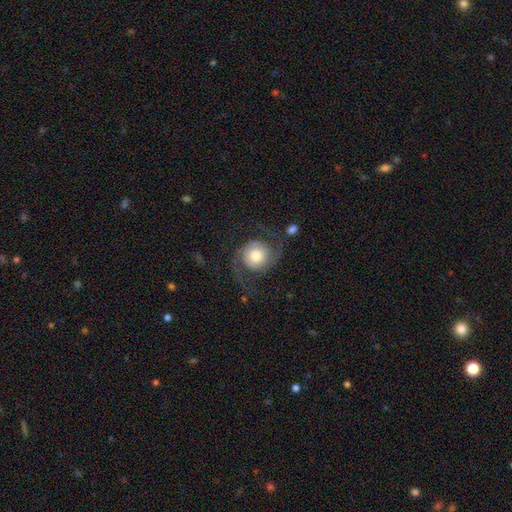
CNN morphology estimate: smooth-or-featured: featured or disk: 78% | smooth: 16% | star or artifact: 6%
  disk-edge-on: no: 98% | yes: 2%
    bar: no: 76% | weak: 20% | strong: 5%
    has-spiral-arms: yes: 95% | no: 5%
      spiral-winding: loose: 50% | medium: 38% | tight: 12%
      spiral-arm-count: 2: 92% | 1: 2% | can't tell: 2% | 3: 2% | 4: 1% | more than 4: 1%
    bulge-size: moderate: 55% | large: 27% | small: 10% | dominant: 7% | none: 2%
  merging: none: 68% | major disturbance: 16% | minor disturbance: 14% | merger: 2%